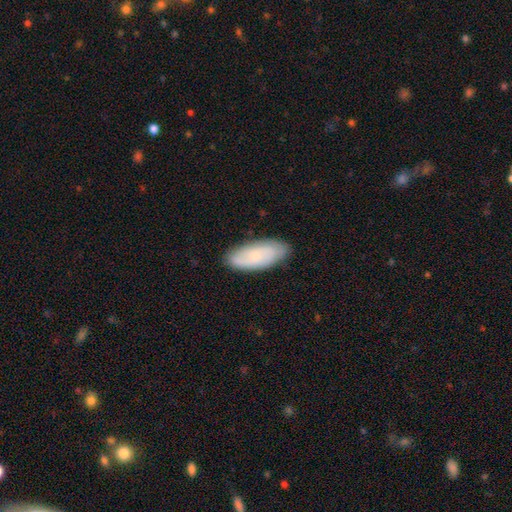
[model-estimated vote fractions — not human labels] smooth 63%, featured or disk 30%, star or artifact 7%. Down the decision tree: how rounded — in between (77%); merging — none (84%).